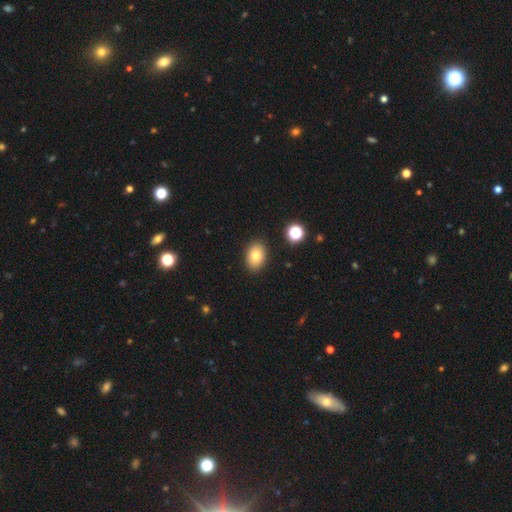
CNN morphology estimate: Smooth or featured? smooth (81%)
How rounded? in between (79%)
Merging? none (88%)